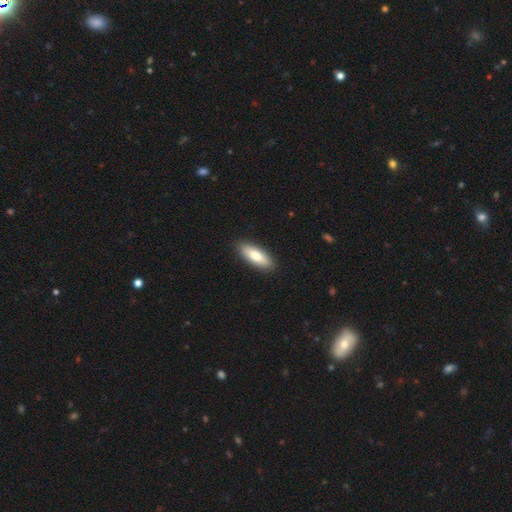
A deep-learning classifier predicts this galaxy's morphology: Smooth or featured: smooth — 80% (featured or disk — 14%)
How rounded: in between — 67% (cigar-shaped — 31%)
Merging: none — 90% (minor disturbance — 7%)